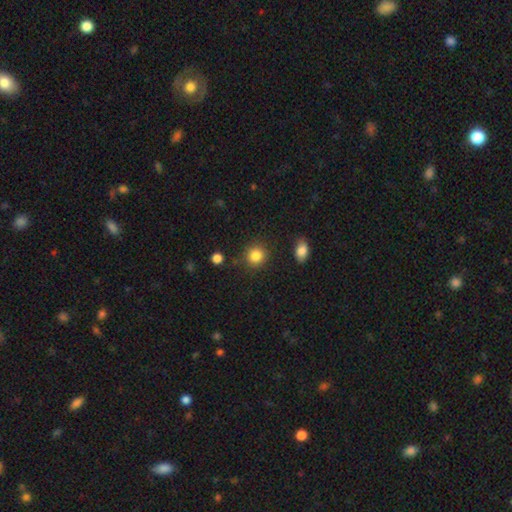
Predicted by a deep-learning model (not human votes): Smooth or featured: smooth — 85% (star or artifact — 10%)
How rounded: round — 86% (in between — 13%)
Merging: none — 83% (minor disturbance — 11%)